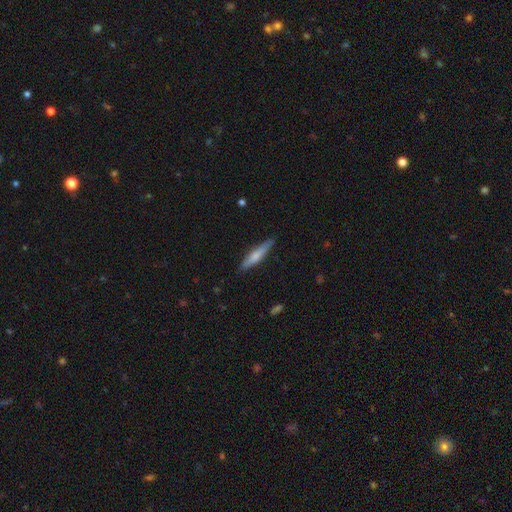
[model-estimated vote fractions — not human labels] A smooth galaxy with no disk features (62%) that is cigar-shaped (89%).

Vote fractions:
- Smooth or featured? smooth: 62% / featured or disk: 33% / star or artifact: 6%
- How rounded? cigar-shaped: 89% / in between: 10% / round: 1%
- Merging? none: 85% / minor disturbance: 12% / major disturbance: 2% / merger: 1%